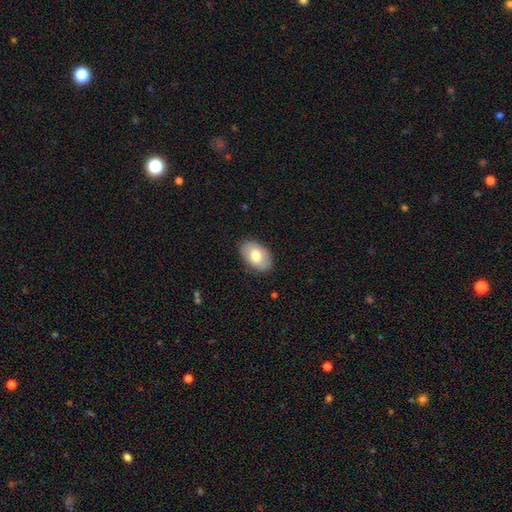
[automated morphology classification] A smooth galaxy with no disk features (74%) that is in between round and cigar-shaped (90%). Merging: none (86%).